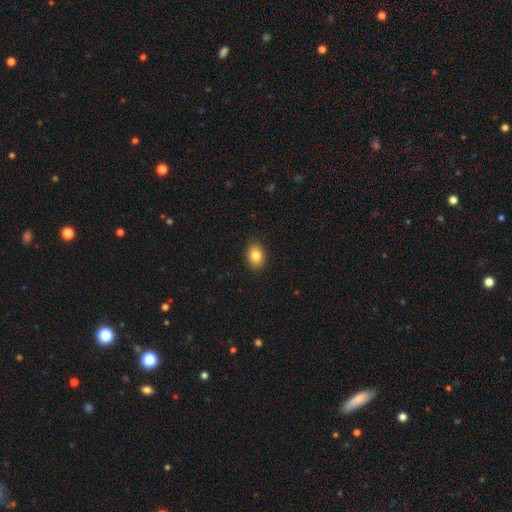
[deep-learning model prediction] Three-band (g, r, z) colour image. It shows a smooth galaxy with no disk features (83%) that is in between round and cigar-shaped (71%). Merging: none (89%).